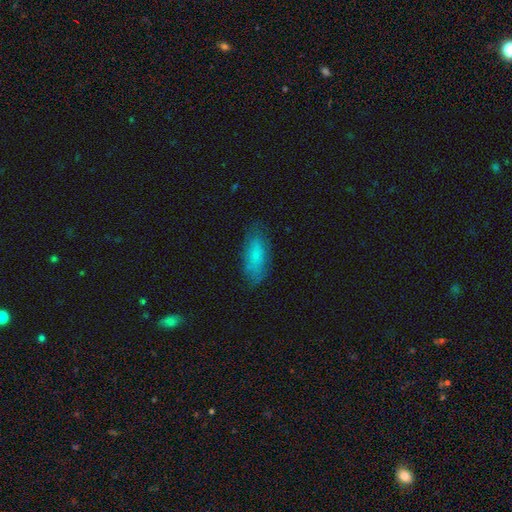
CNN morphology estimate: This appears to be a smooth galaxy with no disk features (74%) that is in between round and cigar-shaped (80%). Merging: none (78%).